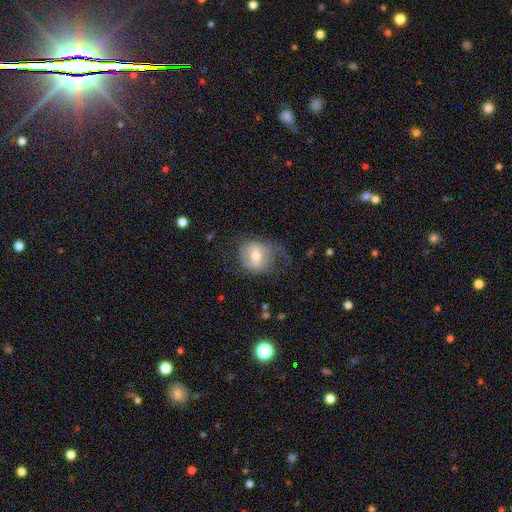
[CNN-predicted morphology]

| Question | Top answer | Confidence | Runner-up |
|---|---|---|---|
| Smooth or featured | smooth | 48% | featured or disk (44%) |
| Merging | none | 45% | major disturbance (27%) |